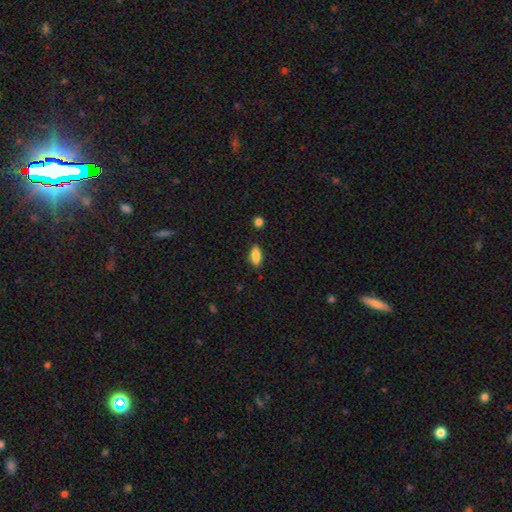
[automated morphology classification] Smooth or featured? Predicted: smooth (p=0.86). How rounded? Predicted: in between (p=0.85). Merging? Predicted: none (p=0.83).